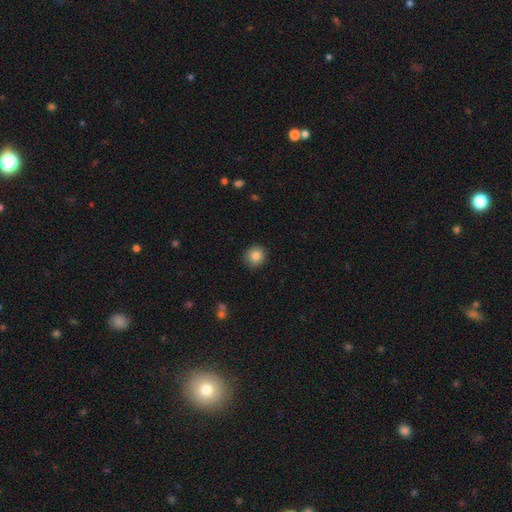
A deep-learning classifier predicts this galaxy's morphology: A smooth galaxy with no disk features (83%) that is round (89%).

Vote fractions:
- Smooth or featured? smooth: 83% / star or artifact: 9% / featured or disk: 7%
- How rounded? round: 89% / in between: 11% / cigar-shaped: 1%
- Merging? none: 89% / minor disturbance: 8% / major disturbance: 2% / merger: 1%